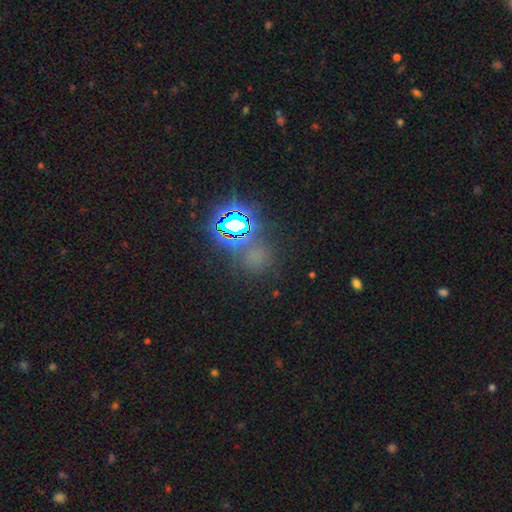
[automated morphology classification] Smooth or featured? star or artifact (61%)